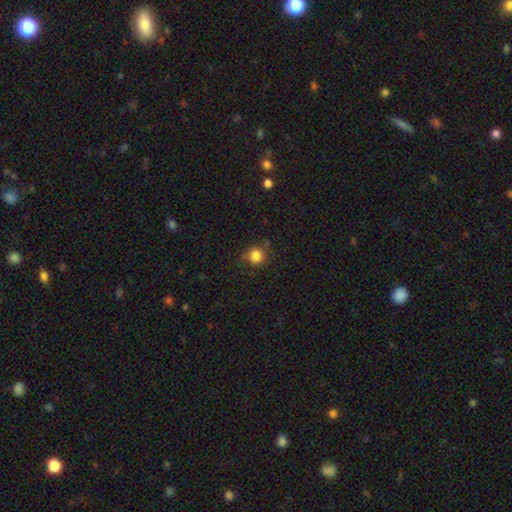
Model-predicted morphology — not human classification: type=smooth (83%); roundness=round (91%); merging=none (78%).